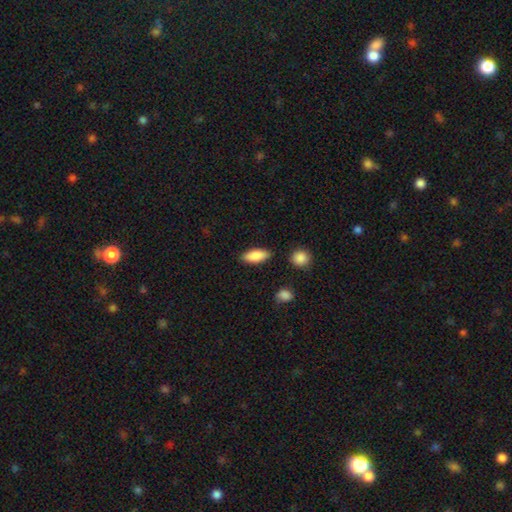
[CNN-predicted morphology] Smooth or featured? Predicted: smooth (p=0.86). How rounded? Predicted: in between (p=0.80). Merging? Predicted: none (p=0.85).